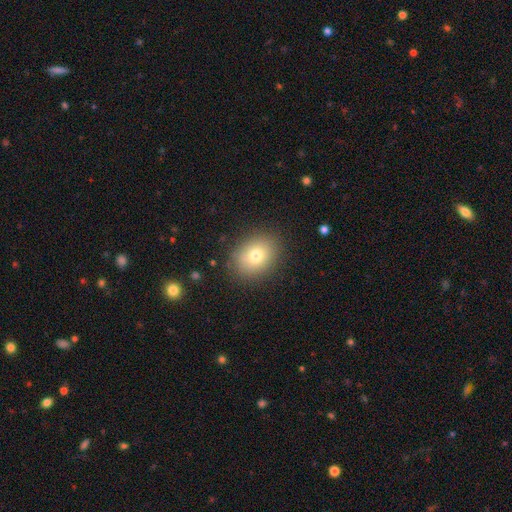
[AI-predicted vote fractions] The model was most divided on "how rounded": in between: 51%, round: 49%, cigar-shaped: 1%. More confident: merging — none (86%); smooth or featured — smooth (76%).